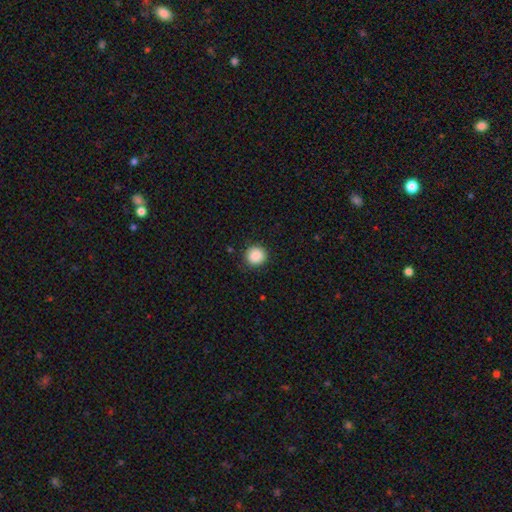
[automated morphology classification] A smooth galaxy with no disk features (88%) that is round (92%).

Vote fractions:
- Smooth or featured? smooth: 88% / star or artifact: 9% / featured or disk: 3%
- How rounded? round: 92% / in between: 7% / cigar-shaped: 1%
- Merging? none: 89% / minor disturbance: 7% / major disturbance: 2% / merger: 1%